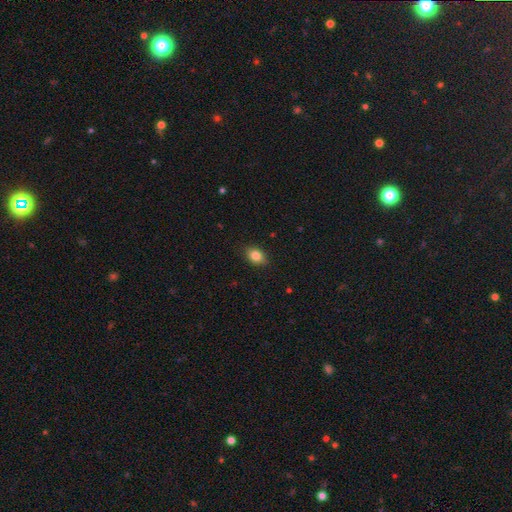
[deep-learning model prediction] This is clearly a smooth galaxy (83%). How rounded: likely in between (71%). Merging: clearly none (85%).